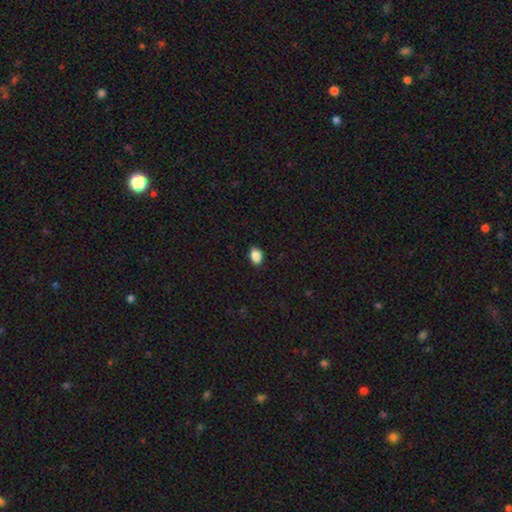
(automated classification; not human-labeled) This appears to be a smooth galaxy with no disk features (89%) that is in between round and cigar-shaped (82%). Merging: none (87%).